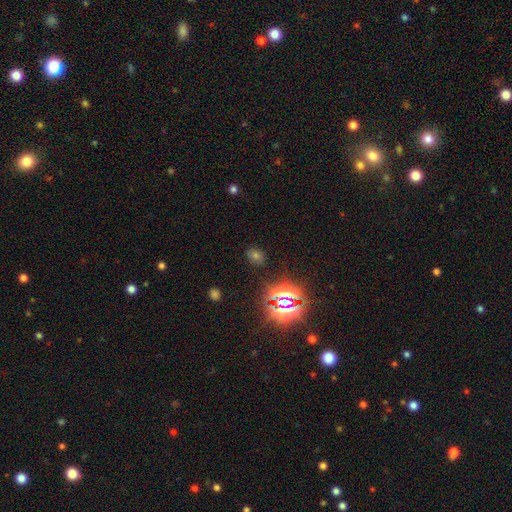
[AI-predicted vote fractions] Smooth or featured? star or artifact (51%)